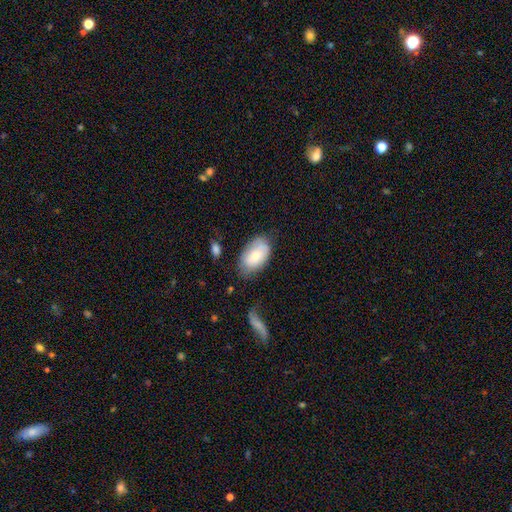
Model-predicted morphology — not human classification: The model was most divided on "merging": none: 62%, minor disturbance: 26%, major disturbance: 8%, merger: 4%. More confident: how rounded — in between (92%); smooth or featured — smooth (73%).